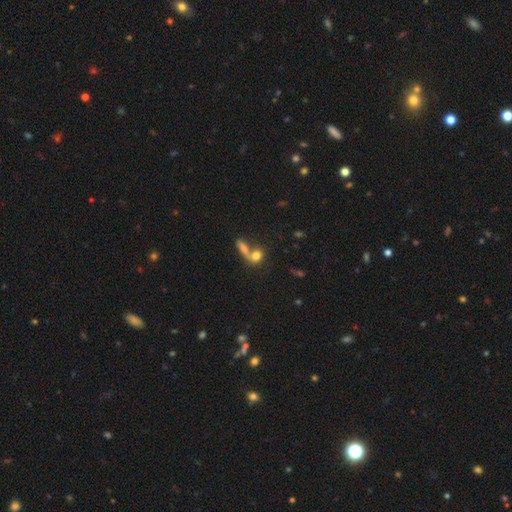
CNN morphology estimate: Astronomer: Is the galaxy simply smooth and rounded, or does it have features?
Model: smooth — 74%.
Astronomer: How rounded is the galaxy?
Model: in between — 53% (runner-up: round, 39%).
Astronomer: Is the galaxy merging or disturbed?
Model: merger — 56%.